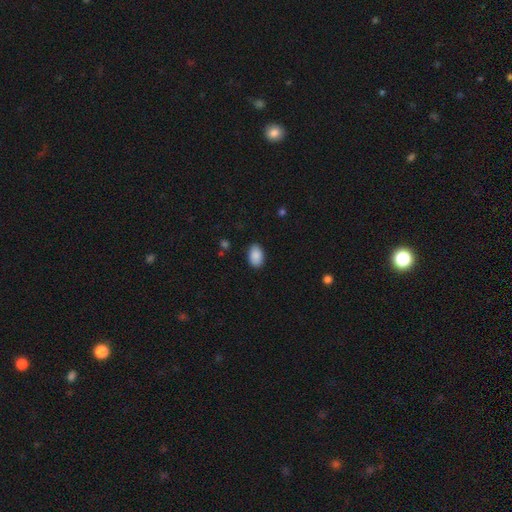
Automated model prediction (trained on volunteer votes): Smooth or featured? smooth (90%)
How rounded? in between (90%)
Merging? none (87%)